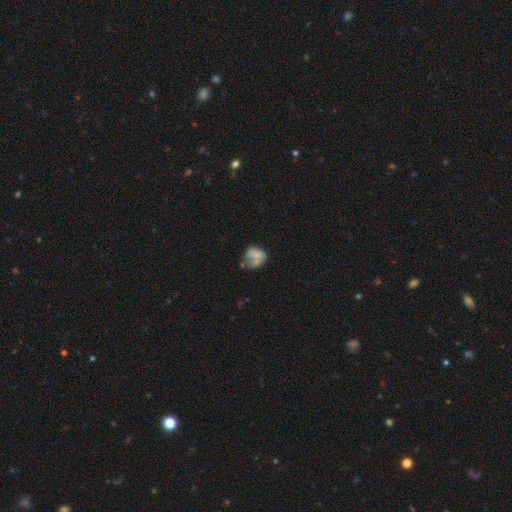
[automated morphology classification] Smooth or featured? Predicted: smooth (p=0.57). How rounded? Predicted: round (p=0.54). Merging? Predicted: none (p=0.32).